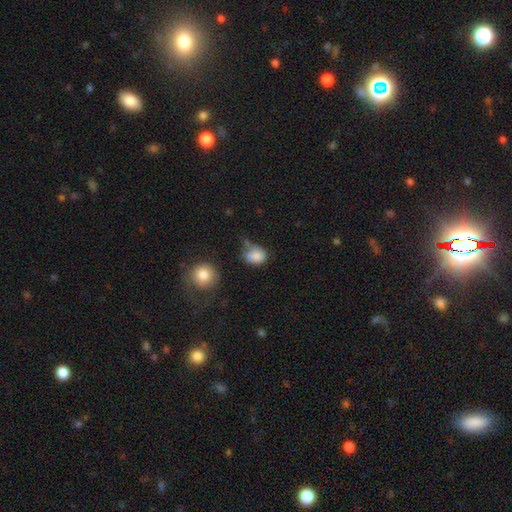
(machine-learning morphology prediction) This is clearly a smooth galaxy (82%). How rounded: possibly round (50%). Merging: marginally none (39%).